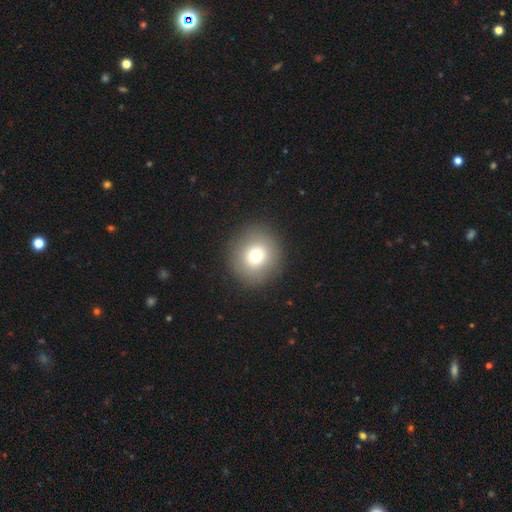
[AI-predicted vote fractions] The model was most divided on "smooth or featured": smooth: 75%, featured or disk: 13%, star or artifact: 12%. More confident: merging — none (90%); how rounded — round (90%).